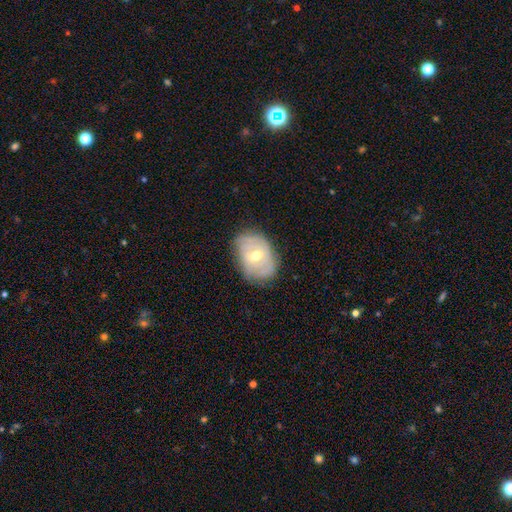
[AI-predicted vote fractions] featured or disk 56%, smooth 36%, star or artifact 8%. Down the decision tree: edge-on disk — no (93%); bar — no (65%); spiral arms — no (50%, tied with yes); bulge size — moderate (70%); merging — none (69%).